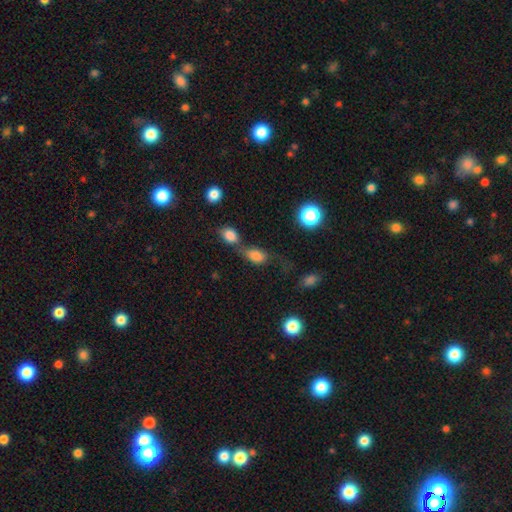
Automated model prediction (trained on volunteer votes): The model was most divided on "merging": merger: 47%, none: 27%, minor disturbance: 14%, major disturbance: 12%. More confident: how rounded — in between (83%); smooth or featured — smooth (78%).